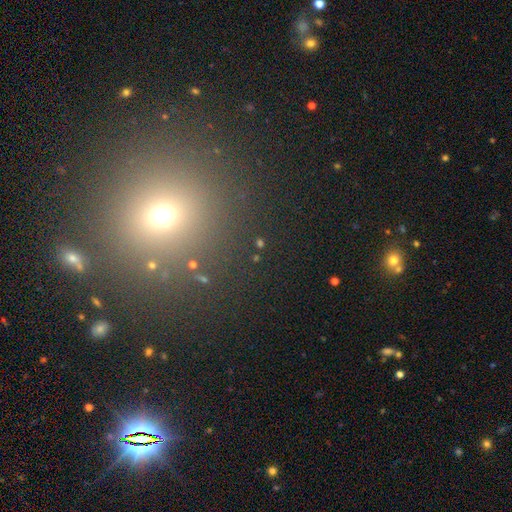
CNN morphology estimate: Smooth or featured? Predicted: star or artifact (p=0.46, tied with smooth).